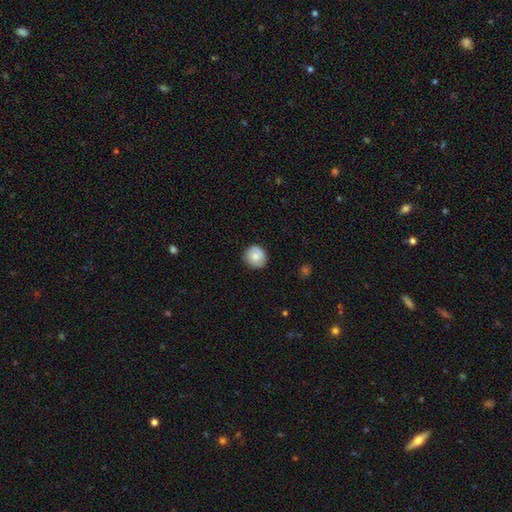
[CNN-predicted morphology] A smooth galaxy with no disk features (75%) that is round (89%).

Vote fractions:
- Smooth or featured? smooth: 75% / featured or disk: 17% / star or artifact: 8%
- How rounded? round: 89% / in between: 10% / cigar-shaped: 1%
- Merging? none: 82% / minor disturbance: 14% / major disturbance: 3% / merger: 1%